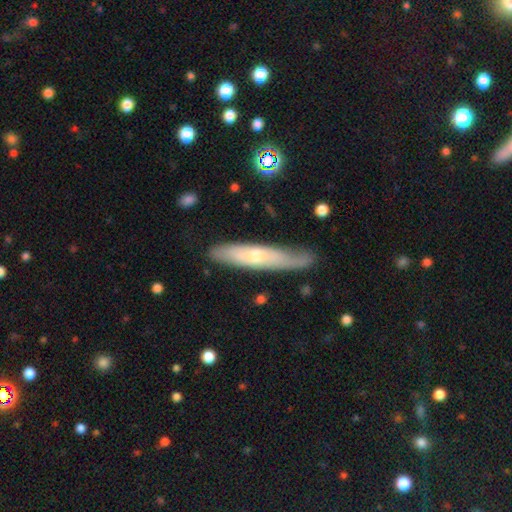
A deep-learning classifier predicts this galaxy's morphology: Q: Smooth or featured?
A: featured or disk (50%); runner-up: smooth (43%)
Q: Edge-on disk?
A: yes (67%); runner-up: no (33%)
Q: Merging?
A: none (72%); runner-up: minor disturbance (21%)